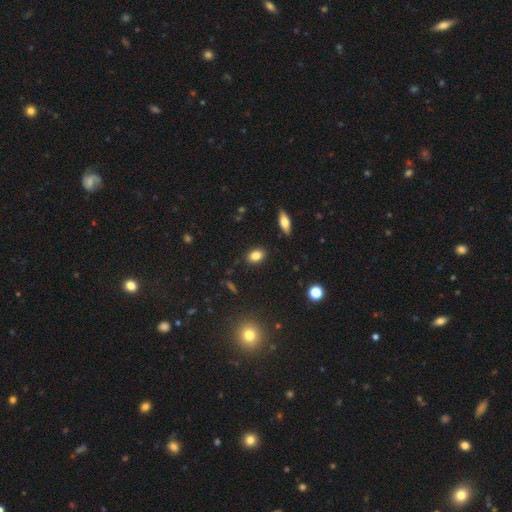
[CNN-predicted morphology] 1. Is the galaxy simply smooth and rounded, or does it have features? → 83% smooth, 10% star or artifact, 7% featured or disk.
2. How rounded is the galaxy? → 77% in between, 20% round, 2% cigar-shaped.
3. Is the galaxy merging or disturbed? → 87% none, 9% minor disturbance, 2% major disturbance, 2% merger.